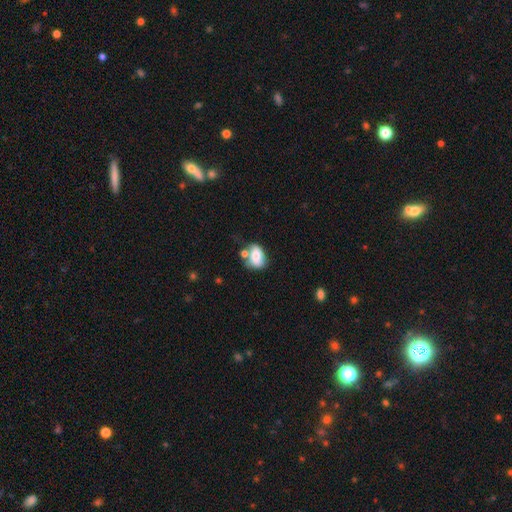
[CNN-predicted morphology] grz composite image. It shows a smooth galaxy with no disk features (68%) that is in between round and cigar-shaped (80%). Merging: none (38%).